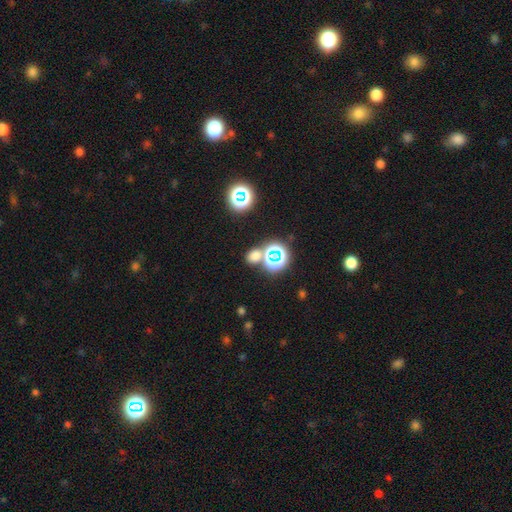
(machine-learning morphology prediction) A smooth galaxy with no disk features (61%) that is round (68%).

Vote fractions:
- Smooth or featured? smooth: 61% / star or artifact: 33% / featured or disk: 6%
- How rounded? round: 68% / in between: 30% / cigar-shaped: 1%
- Merging? none: 68% / merger: 20% / minor disturbance: 8% / major disturbance: 4%